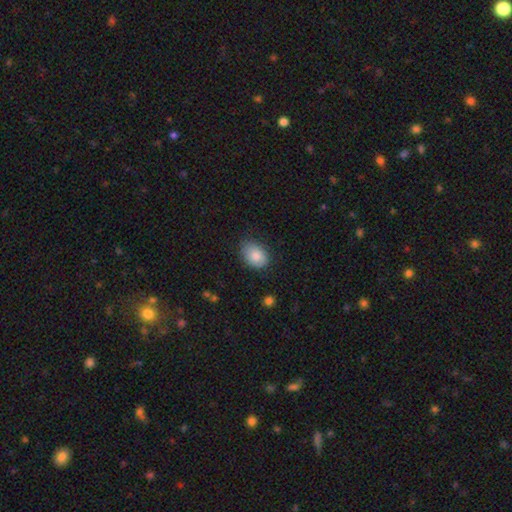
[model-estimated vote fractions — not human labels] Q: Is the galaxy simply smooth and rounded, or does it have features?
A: smooth — 84%.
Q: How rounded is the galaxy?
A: in between — 76%.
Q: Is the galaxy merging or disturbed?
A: none — 73%.